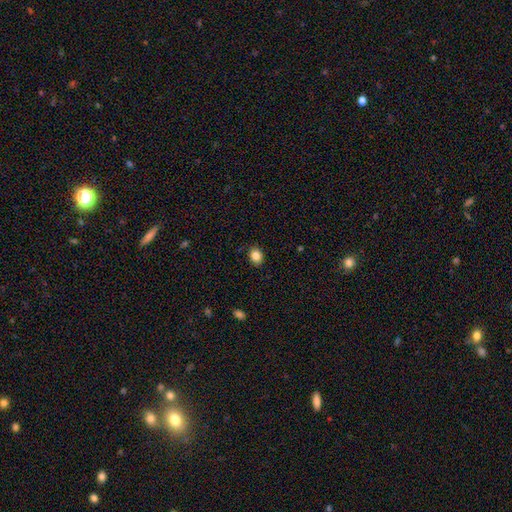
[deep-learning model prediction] A smooth galaxy with no disk features (85%) that is round (54%). Merging: none (88%).